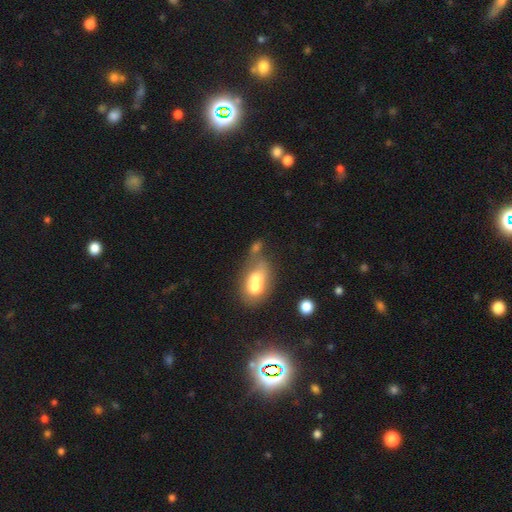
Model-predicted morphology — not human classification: This appears to be a smooth galaxy with no disk features (53%) that is in between round and cigar-shaped (60%). Merging: merger (56%).